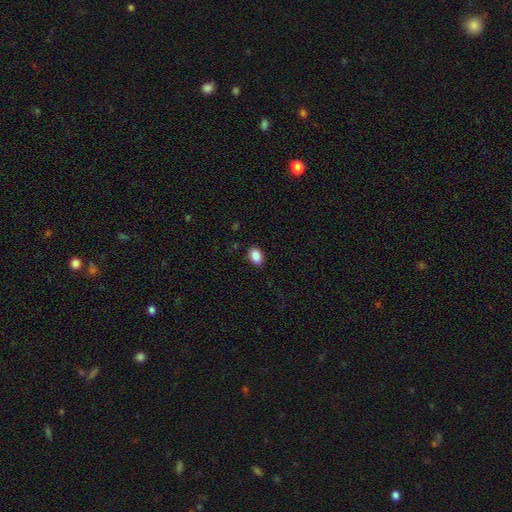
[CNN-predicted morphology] Smooth or featured? Predicted: smooth (p=0.88). How rounded? Predicted: in between (p=0.81). Merging? Predicted: none (p=0.88).